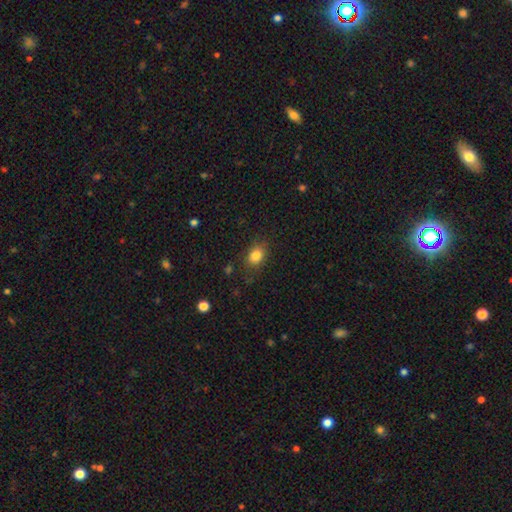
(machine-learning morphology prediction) This is clearly a smooth galaxy (83%). How rounded: likely in between (65%). Merging: likely none (78%).